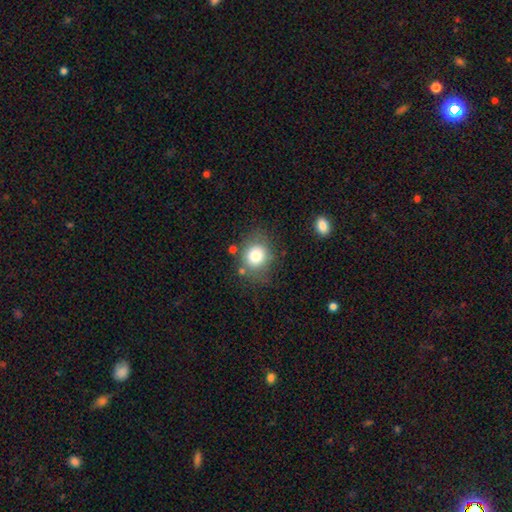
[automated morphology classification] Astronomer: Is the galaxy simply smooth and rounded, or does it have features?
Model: smooth — 77%.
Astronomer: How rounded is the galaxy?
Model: round — 74%.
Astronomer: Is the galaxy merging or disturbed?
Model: none — 73%.